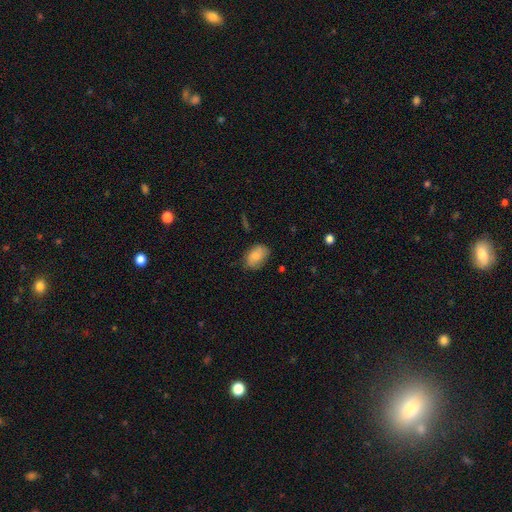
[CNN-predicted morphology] The model was most divided on "merging": none: 73%, minor disturbance: 21%, major disturbance: 4%, merger: 2%. More confident: how rounded — in between (84%); smooth or featured — smooth (80%).